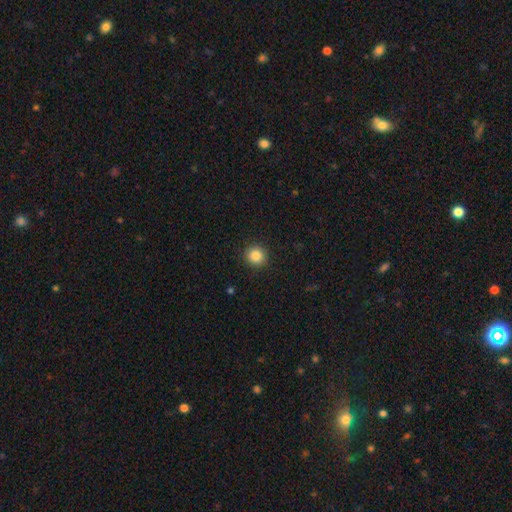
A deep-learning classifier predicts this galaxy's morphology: A smooth galaxy with no disk features (85%) that is round (93%).

Vote fractions:
- Smooth or featured? smooth: 85% / star or artifact: 10% / featured or disk: 5%
- How rounded? round: 93% / in between: 6% / cigar-shaped: 1%
- Merging? none: 92% / minor disturbance: 5% / major disturbance: 2% / merger: 1%